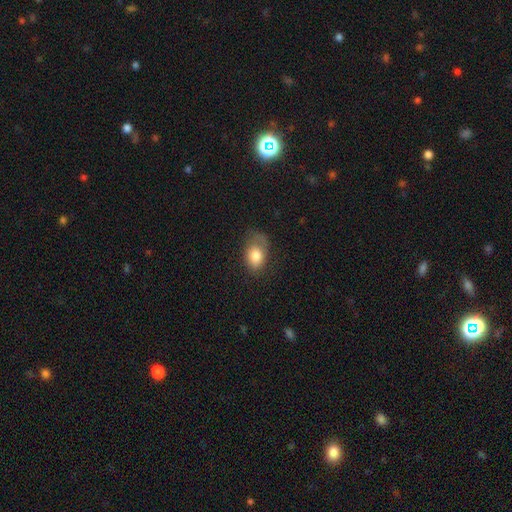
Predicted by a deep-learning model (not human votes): This appears to be a smooth galaxy with no disk features (78%) that is in between round and cigar-shaped (79%). Merging: none (43%).